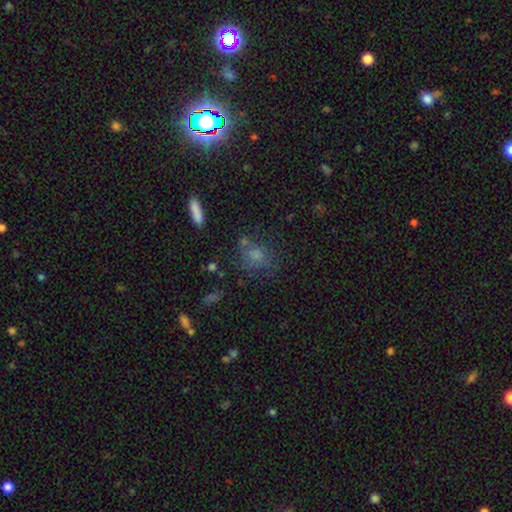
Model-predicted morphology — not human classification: smooth_or_featured: smooth (p=0.68) [alt: featured or disk p=0.17]
how_rounded: round (p=0.57) [alt: in between p=0.40]
merging: none (p=0.54) [alt: minor disturbance p=0.19]